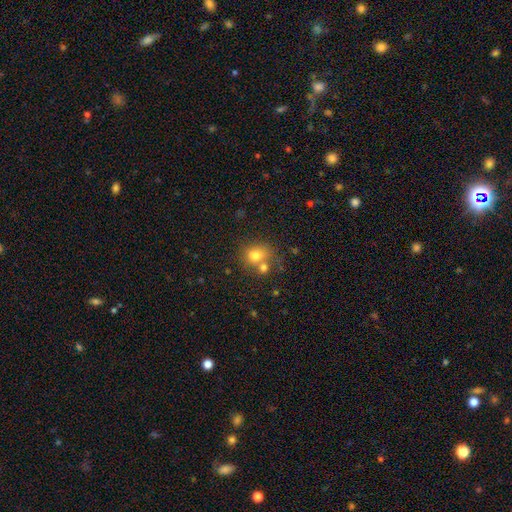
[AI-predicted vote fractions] The model was most divided on "merging": none: 49%, merger: 34%, minor disturbance: 12%, major disturbance: 5%. More confident: smooth or featured — smooth (75%); how rounded — round (66%).